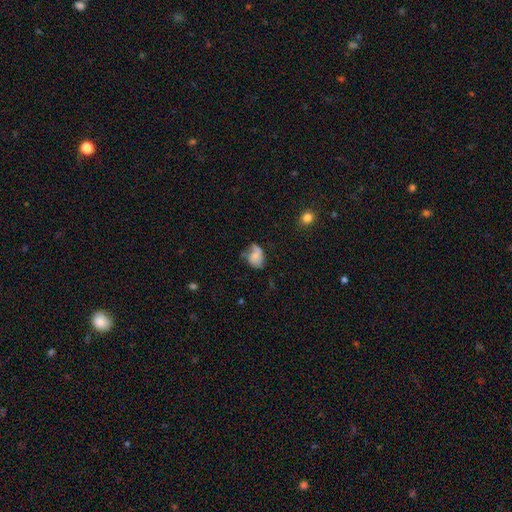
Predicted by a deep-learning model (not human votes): smooth 53%, featured or disk 37%, star or artifact 9%. Down the decision tree: how rounded — in between (72%); merging — none (37%).